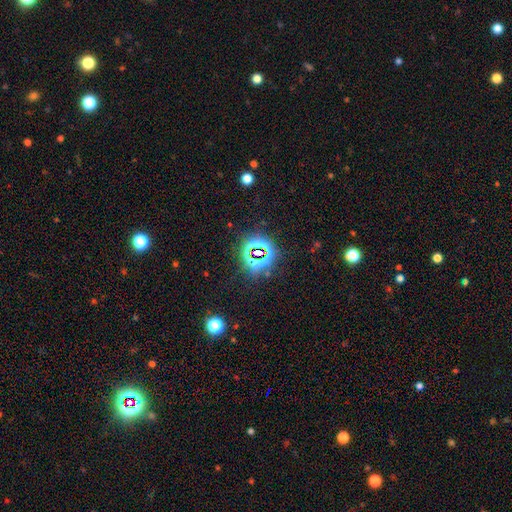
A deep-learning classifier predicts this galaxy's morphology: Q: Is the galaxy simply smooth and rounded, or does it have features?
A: star or artifact — 77%.